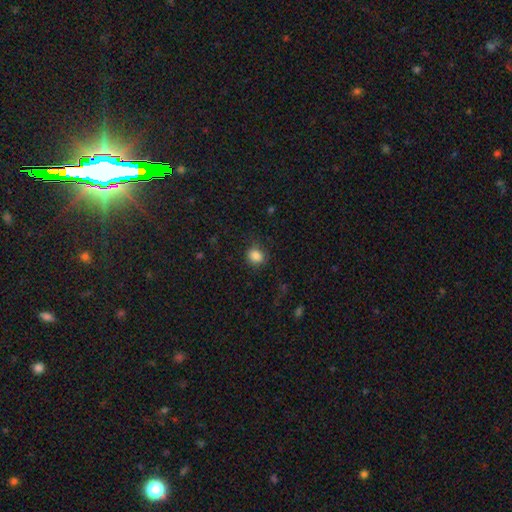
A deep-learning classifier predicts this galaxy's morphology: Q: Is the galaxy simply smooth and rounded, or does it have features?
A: smooth — 85%.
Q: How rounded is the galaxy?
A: round — 62%.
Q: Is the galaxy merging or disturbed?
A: none — 76%.